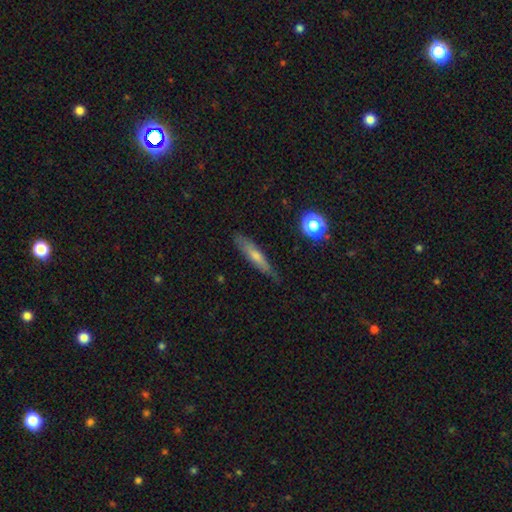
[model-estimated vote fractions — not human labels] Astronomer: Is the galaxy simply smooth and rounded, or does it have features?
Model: smooth — 53% (runner-up: featured or disk, 39%).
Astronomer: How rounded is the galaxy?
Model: cigar-shaped — 85%.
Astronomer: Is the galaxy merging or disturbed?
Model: none — 79%.